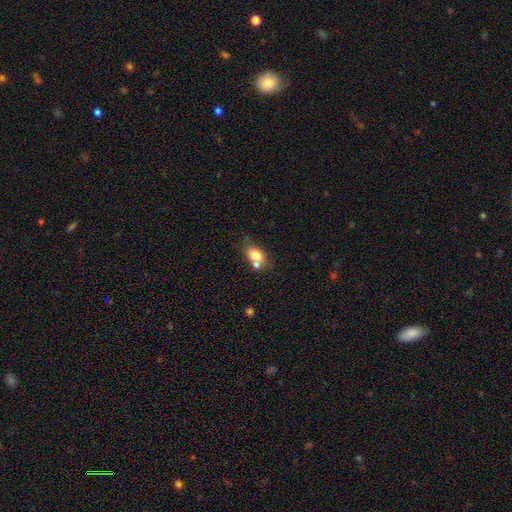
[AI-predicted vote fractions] smooth-or-featured: smooth: 76% | featured or disk: 15% | star or artifact: 9%
  how-rounded: in between: 73% | round: 25% | cigar-shaped: 2%
  merging: none: 44% | merger: 38% | minor disturbance: 13% | major disturbance: 5%